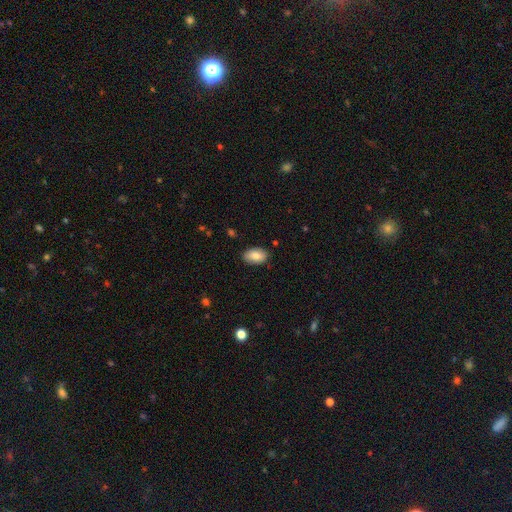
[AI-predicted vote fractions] This is clearly a smooth galaxy (82%). How rounded: clearly in between (92%). Merging: clearly none (85%).